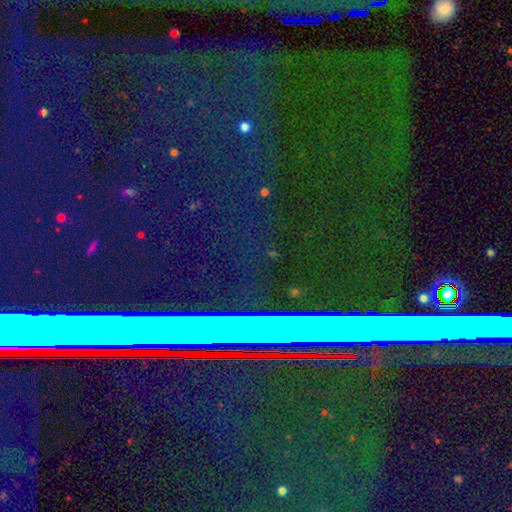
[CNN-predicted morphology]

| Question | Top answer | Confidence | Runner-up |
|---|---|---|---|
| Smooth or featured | star or artifact | 82% | smooth (10%) |